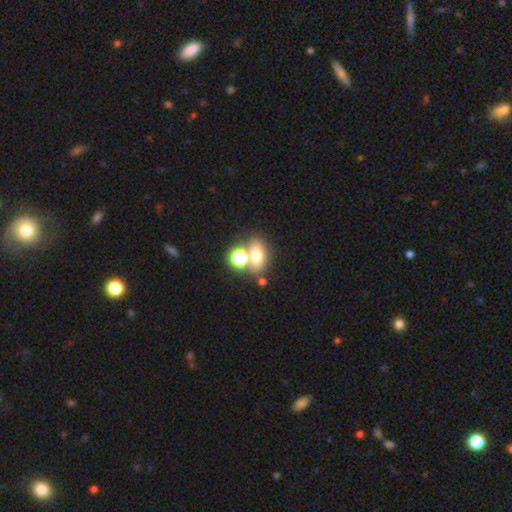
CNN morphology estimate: Smooth or featured?
  - smooth: 67% *
  - star or artifact: 19%
  - featured or disk: 14%
How rounded?
  - in between: 65% *
  - round: 32%
  - cigar-shaped: 3%
Merging?
  - none: 55% *
  - merger: 29%
  - minor disturbance: 10%
  - major disturbance: 5%